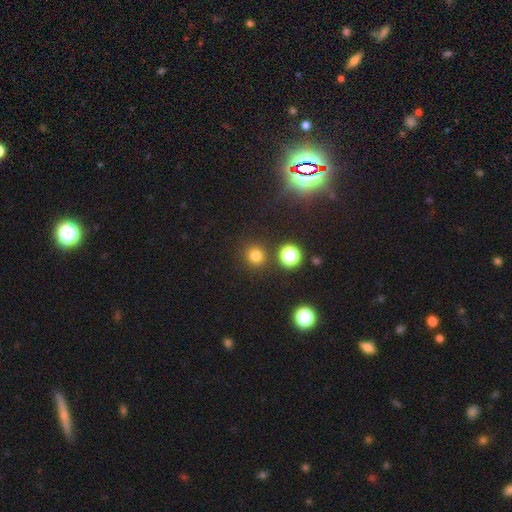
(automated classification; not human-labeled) Morphology: type=smooth (76%); roundness=round (92%); merging=none (87%).